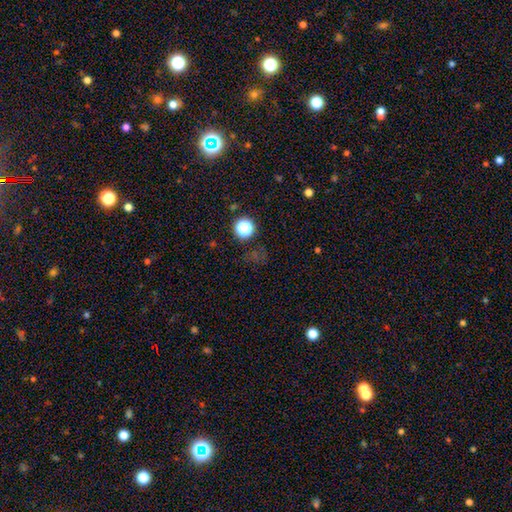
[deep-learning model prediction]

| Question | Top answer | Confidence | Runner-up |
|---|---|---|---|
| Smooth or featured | star or artifact | 63% | smooth (28%) |